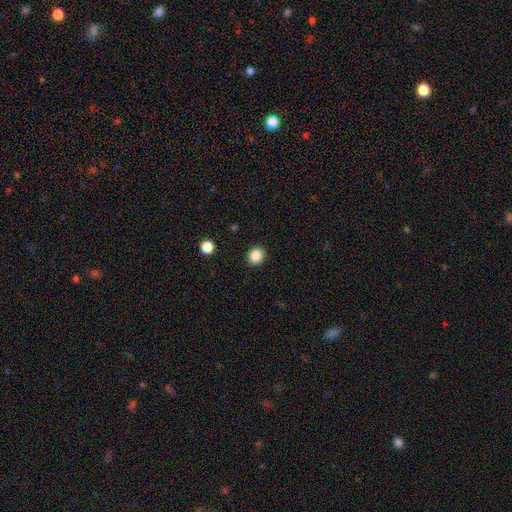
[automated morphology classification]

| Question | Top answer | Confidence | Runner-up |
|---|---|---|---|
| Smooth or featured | smooth | 86% | star or artifact (10%) |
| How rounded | round | 78% | in between (21%) |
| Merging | none | 91% | minor disturbance (6%) |